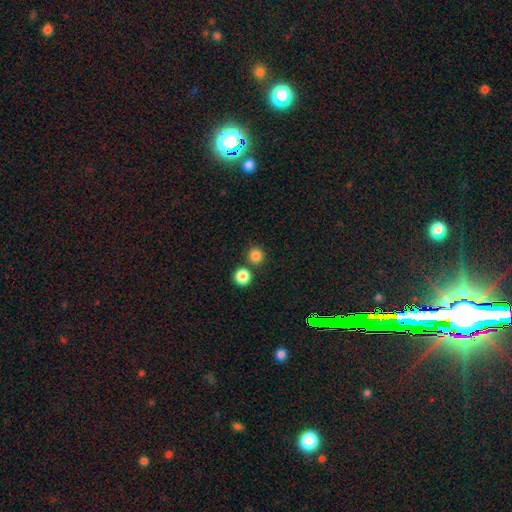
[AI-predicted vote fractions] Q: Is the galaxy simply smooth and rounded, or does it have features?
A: smooth — 83%.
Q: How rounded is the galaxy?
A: round — 94%.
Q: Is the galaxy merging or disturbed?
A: none — 77%.